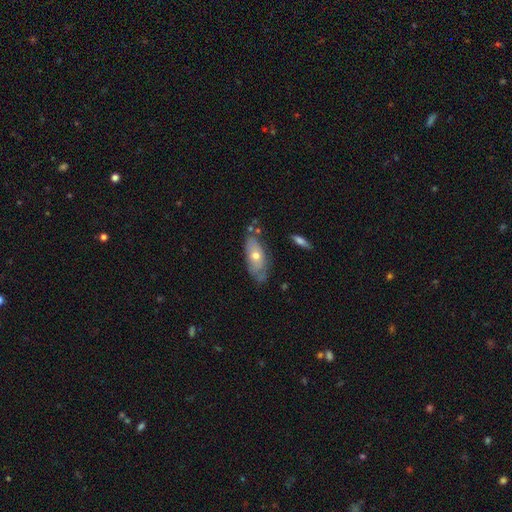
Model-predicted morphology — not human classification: Smooth or featured?
  - smooth: 50% *
  - featured or disk: 43%
  - star or artifact: 7%
Merging?
  - none: 61% *
  - minor disturbance: 27%
  - major disturbance: 7%
  - merger: 6%